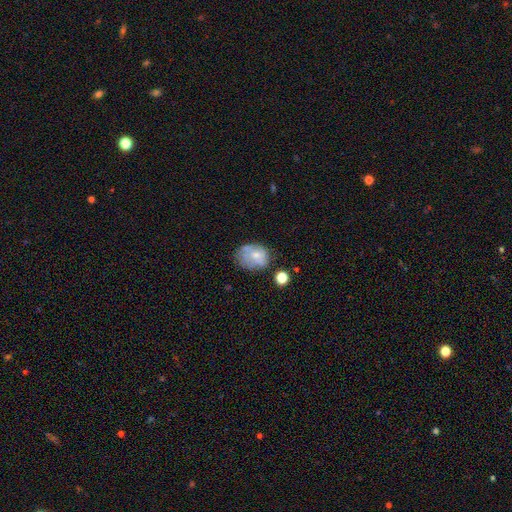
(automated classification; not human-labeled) Q: Smooth or featured?
A: smooth (52%); runner-up: featured or disk (38%)
Q: How rounded?
A: in between (54%); runner-up: round (45%)
Q: Merging?
A: none (47%); runner-up: minor disturbance (30%)